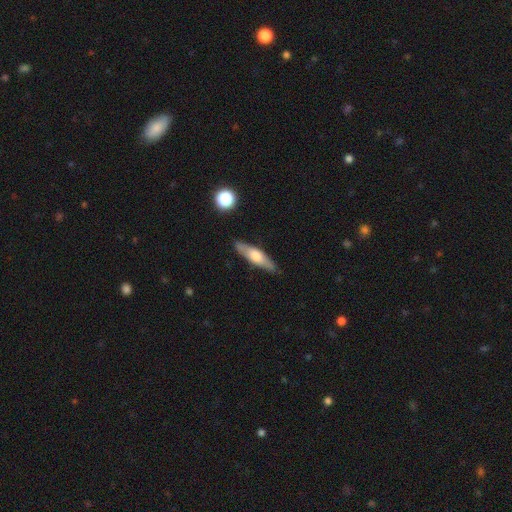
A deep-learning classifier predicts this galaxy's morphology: Smooth or featured? Predicted: smooth (p=0.49). Merging? Predicted: none (p=0.85).